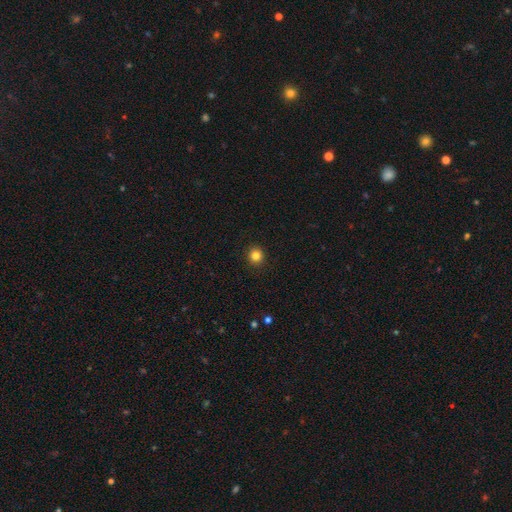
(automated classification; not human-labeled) A smooth galaxy with no disk features (83%) that is round (90%). Merging: none (93%).